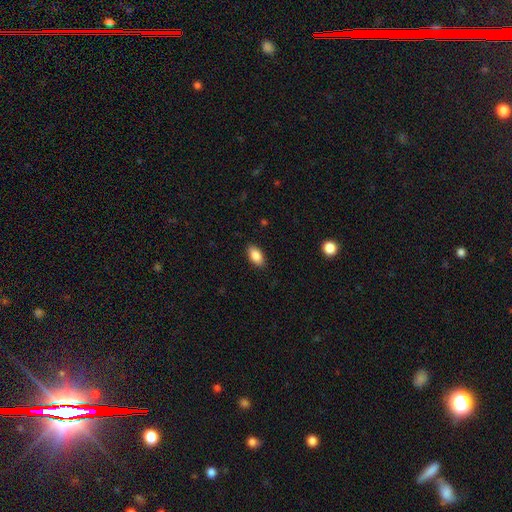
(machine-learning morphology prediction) This is clearly a smooth galaxy (86%). How rounded: clearly in between (92%). Merging: clearly none (88%).